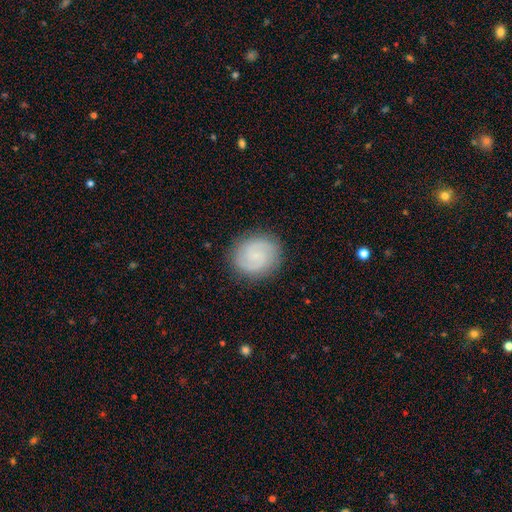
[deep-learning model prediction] featured or disk 76%, smooth 18%, star or artifact 6%. Down the decision tree: edge-on disk — no (98%); bar — no (51%); spiral arms — yes (96%); spiral arm count — 2 (88%); spiral winding — tight (47%); bulge size — small (66%); merging — none (87%).